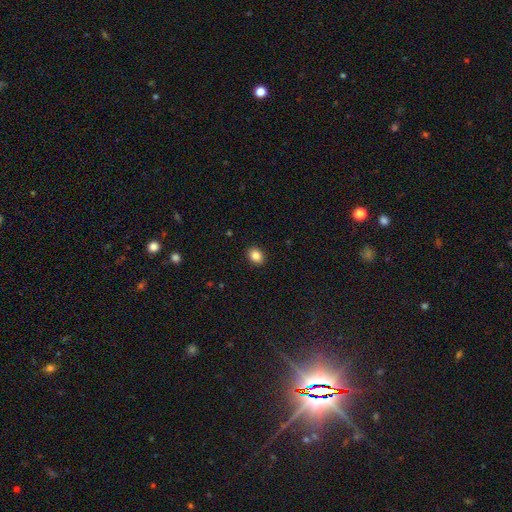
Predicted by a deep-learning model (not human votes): Smooth or featured?
  - smooth: 85% *
  - star or artifact: 9%
  - featured or disk: 5%
How rounded?
  - in between: 59% *
  - round: 41%
  - cigar-shaped: 1%
Merging?
  - none: 91% *
  - minor disturbance: 6%
  - major disturbance: 2%
  - merger: 1%